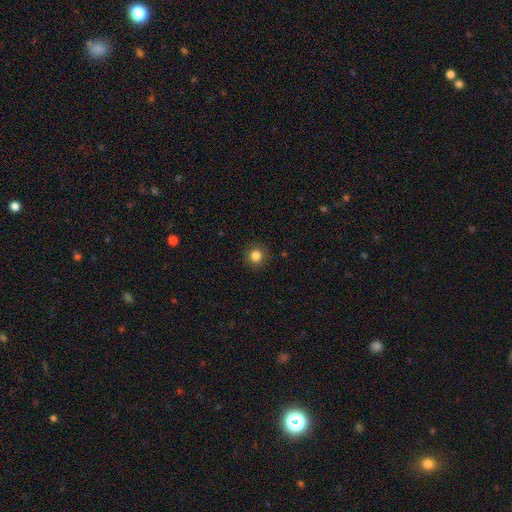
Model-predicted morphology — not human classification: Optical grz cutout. It shows a smooth galaxy with no disk features (83%) that is round (93%). Merging: none (90%).